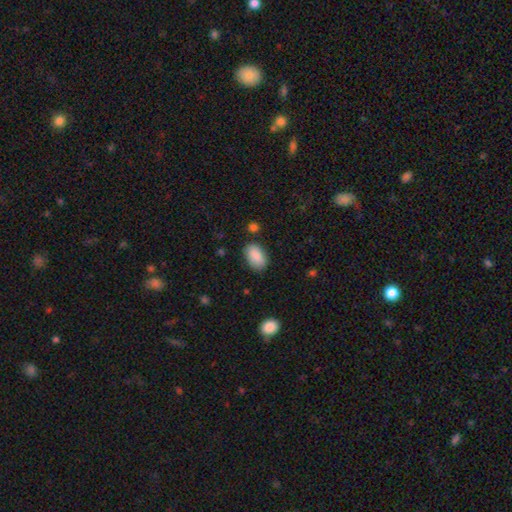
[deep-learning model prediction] Overall: smooth (87%). How rounded: in between (92%). Merging: none (80%).